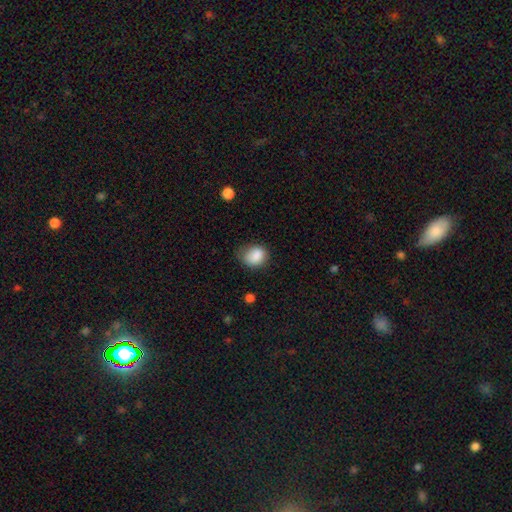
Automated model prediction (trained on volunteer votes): smooth-or-featured: smooth: 86% | star or artifact: 8% | featured or disk: 6%
  how-rounded: round: 51% | in between: 48% | cigar-shaped: 1%
  merging: none: 58% | minor disturbance: 31% | major disturbance: 9% | merger: 2%